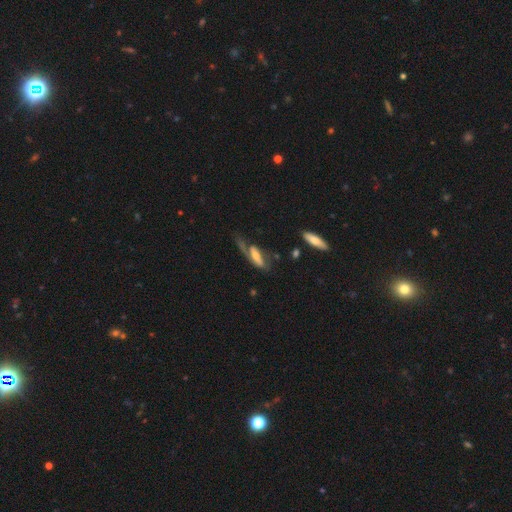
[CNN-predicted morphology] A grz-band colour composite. It shows a featured or disk galaxy (53%). Merging: major disturbance (46%).